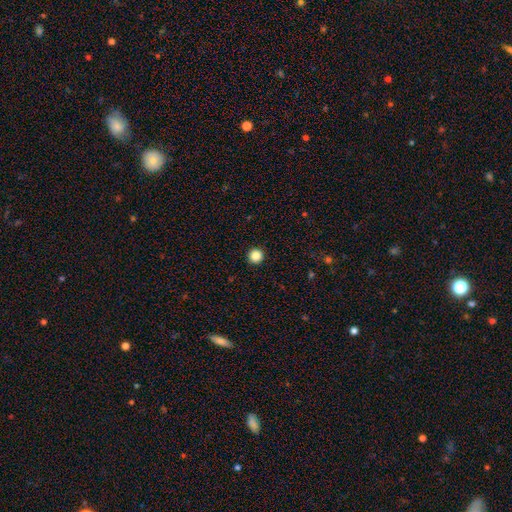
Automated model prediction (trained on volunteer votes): A smooth galaxy with no disk features (86%) that is round (96%). Merging: none (94%).